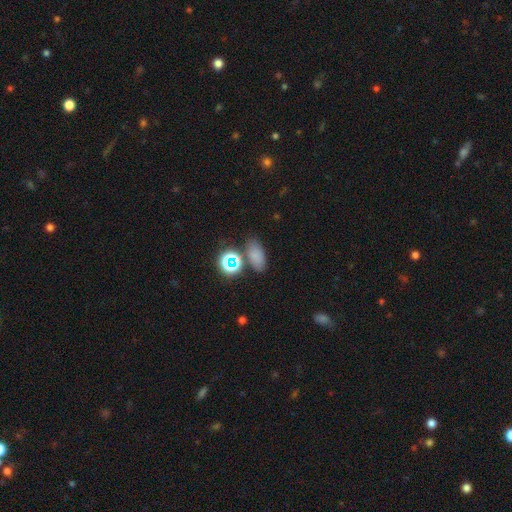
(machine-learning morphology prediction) This appears to be a smooth galaxy with no disk features (70%) that is in between round and cigar-shaped (83%). Merging: none (71%).